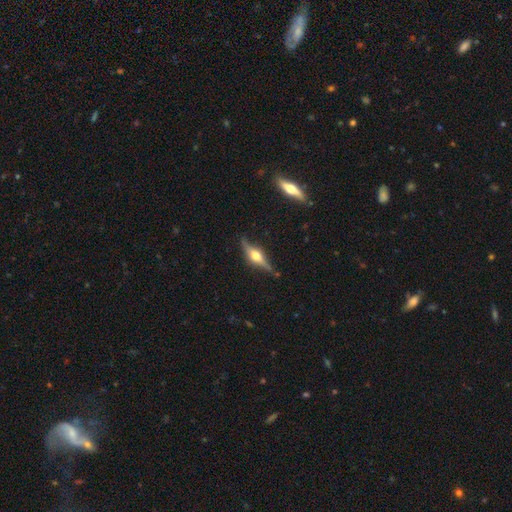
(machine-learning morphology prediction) A featured or disk galaxy (77%) viewed edge-on (95%) with a rounded central bulge (94%). Merging: none (79%).